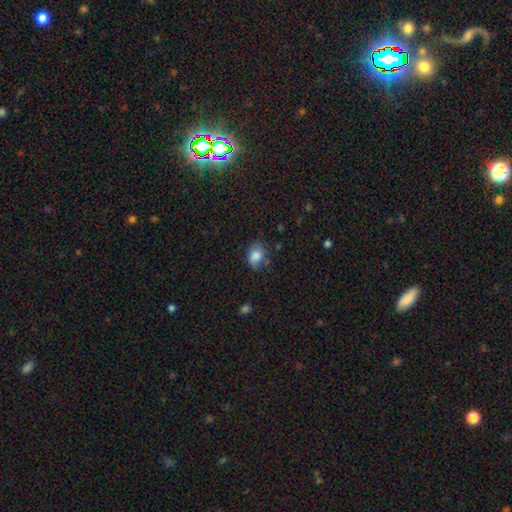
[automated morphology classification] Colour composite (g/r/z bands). It shows a smooth galaxy with no disk features (81%) that is in between round and cigar-shaped (65%). Merging: none (59%).